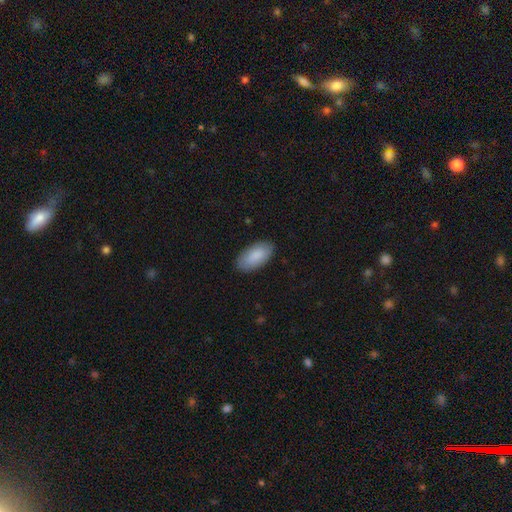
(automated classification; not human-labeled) Smooth or featured? Predicted: smooth (p=0.88). How rounded? Predicted: in between (p=0.95). Merging? Predicted: none (p=0.86).